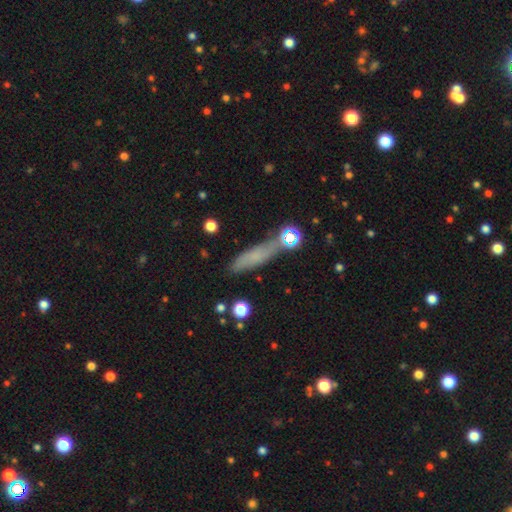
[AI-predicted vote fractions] Smooth or featured: smooth — 63% (featured or disk — 24%)
How rounded: cigar-shaped — 78% (in between — 17%)
Merging: none — 70% (minor disturbance — 17%)